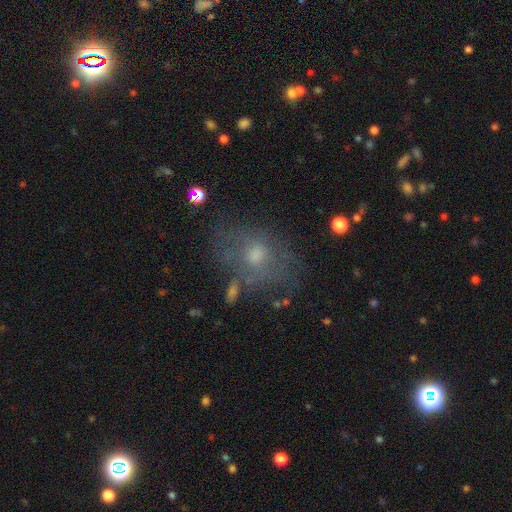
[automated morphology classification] Q: Smooth or featured?
A: smooth (47%); runner-up: featured or disk (38%)
Q: Merging?
A: none (56%); runner-up: minor disturbance (21%)